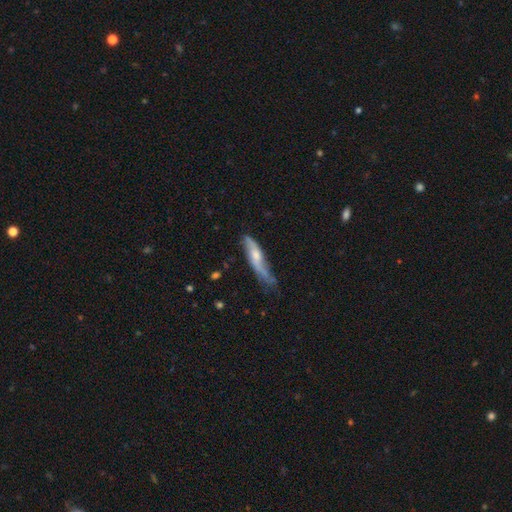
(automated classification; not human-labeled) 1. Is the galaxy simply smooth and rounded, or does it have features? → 60% featured or disk, 34% smooth, 6% star or artifact.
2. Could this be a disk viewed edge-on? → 51% yes, 49% no.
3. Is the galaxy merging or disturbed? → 48% none, 35% minor disturbance, 13% major disturbance, 4% merger.